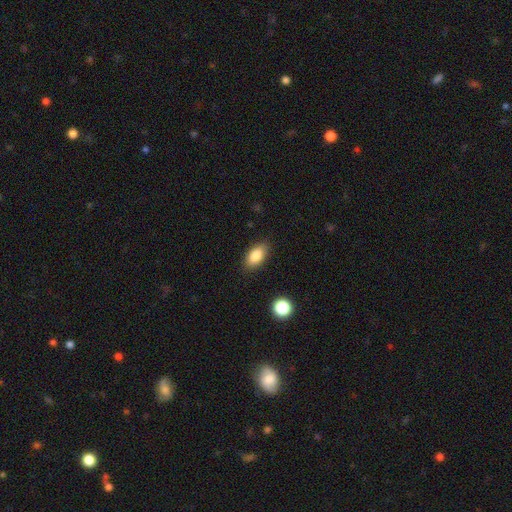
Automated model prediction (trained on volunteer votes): Overall: smooth (85%). How rounded: in between (91%). Merging: none (86%).